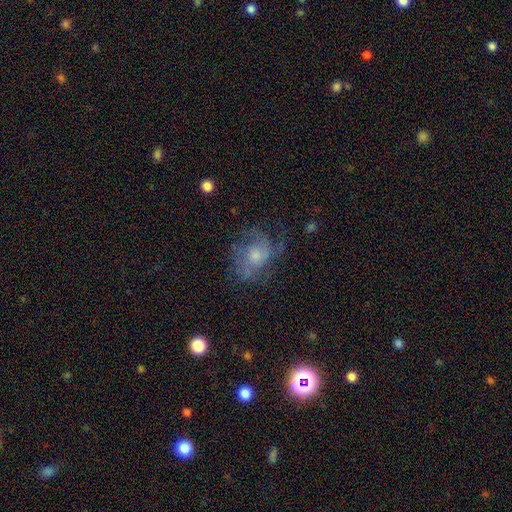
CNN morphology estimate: Smooth or featured?
  - featured or disk: 60% *
  - smooth: 30%
  - star or artifact: 10%
Edge-on disk?
  - no: 97% *
  - yes: 3%
Bar?
  - no: 79% *
  - weak: 18%
  - strong: 3%
Spiral arms?
  - yes: 75% *
  - no: 25%
Bulge size?
  - small: 42% * (tied)
  - moderate: 42% * (tied)
  - none: 8%
  - large: 7%
  - dominant: 2%
Merging?
  - none: 54% *
  - minor disturbance: 23%
  - major disturbance: 22%
  - merger: 2%